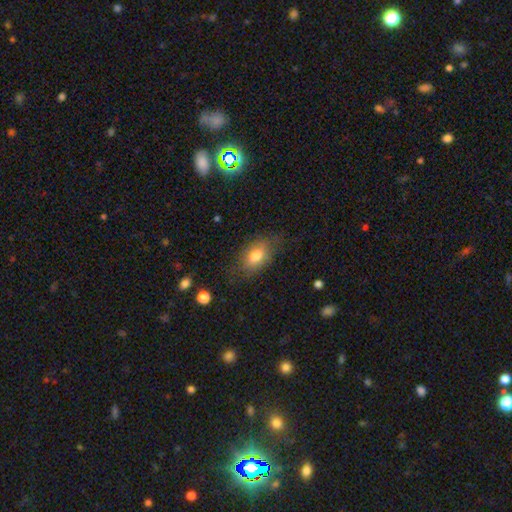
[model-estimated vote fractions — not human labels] smooth-or-featured: smooth: 75% | featured or disk: 17% | star or artifact: 8%
  how-rounded: in between: 86% | round: 11% | cigar-shaped: 3%
  merging: none: 71% | minor disturbance: 20% | major disturbance: 7% | merger: 1%